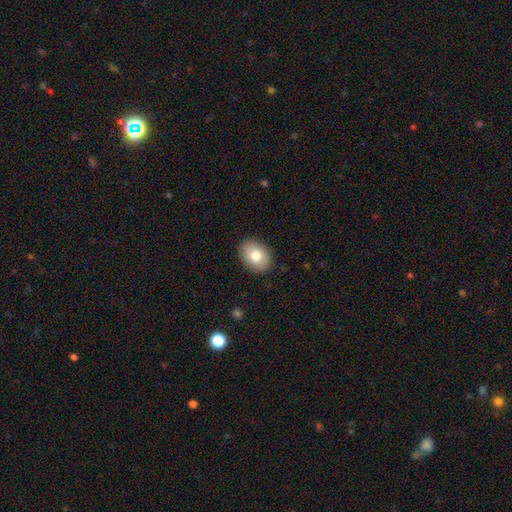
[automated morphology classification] Smooth or featured?
  - smooth: 79% *
  - featured or disk: 13%
  - star or artifact: 7%
How rounded?
  - in between: 75% *
  - round: 24%
  - cigar-shaped: 1%
Merging?
  - none: 88% *
  - minor disturbance: 9%
  - major disturbance: 2%
  - merger: 1%